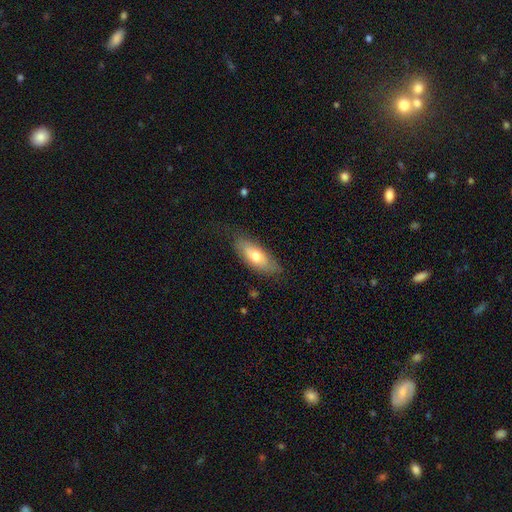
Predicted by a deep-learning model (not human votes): Smooth or featured? Predicted: smooth (p=0.65). How rounded? Predicted: in between (p=0.77). Merging? Predicted: none (p=0.75).